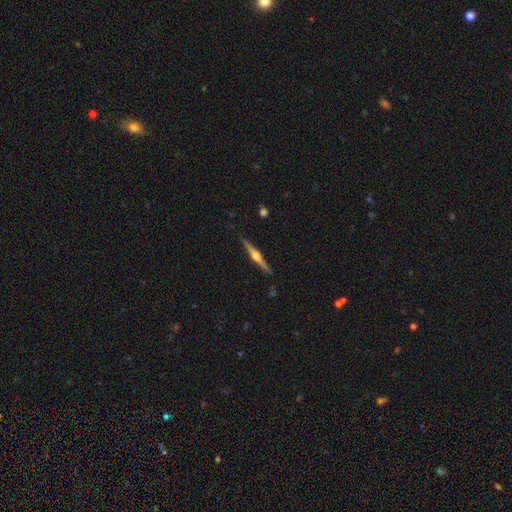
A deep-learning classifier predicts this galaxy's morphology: Smooth or featured? featured or disk (81%)
Edge-on disk? yes (99%)
Edge-on bulge? rounded (95%)
Merging? none (90%)